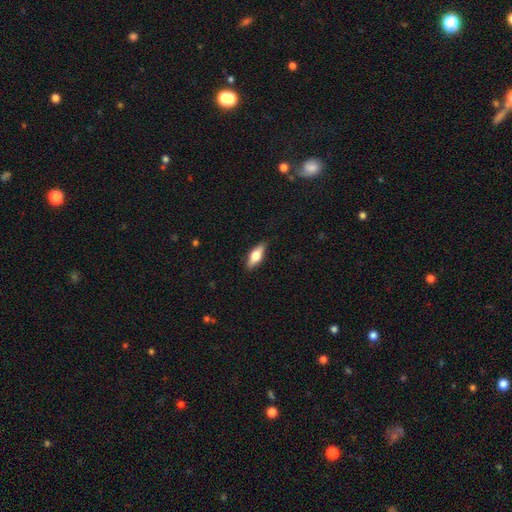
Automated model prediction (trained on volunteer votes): Smooth or featured? Predicted: smooth (p=0.55). How rounded? Predicted: in between (p=0.62). Merging? Predicted: none (p=0.86).